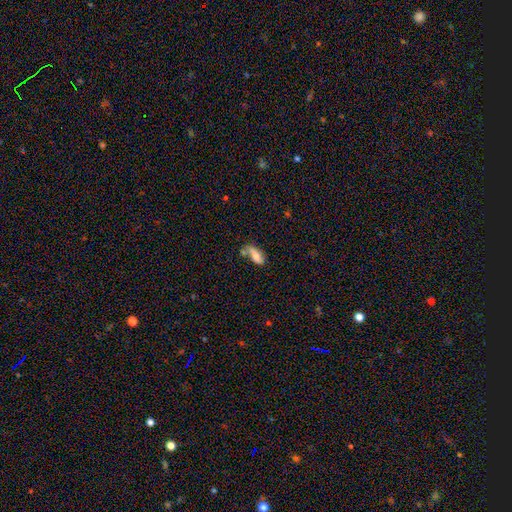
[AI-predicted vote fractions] A smooth galaxy with no disk features (62%) that is in between round and cigar-shaped (80%). Merging: none (38%).